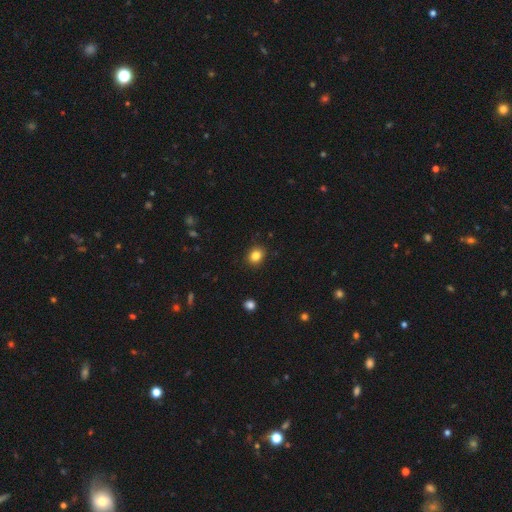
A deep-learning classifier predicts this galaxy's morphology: Smooth or featured?
  - smooth: 83% *
  - star or artifact: 11%
  - featured or disk: 5%
How rounded?
  - round: 65% *
  - in between: 34%
  - cigar-shaped: 1%
Merging?
  - none: 90% *
  - minor disturbance: 7%
  - major disturbance: 2%
  - merger: 1%